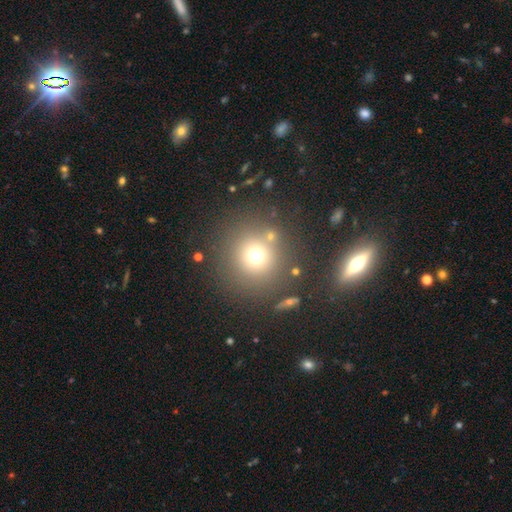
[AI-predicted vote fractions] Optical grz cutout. It shows a smooth galaxy with no disk features (69%) that is round (93%). Merging: none (80%).